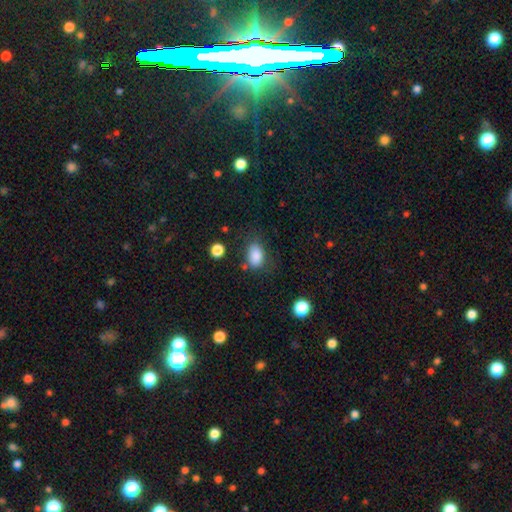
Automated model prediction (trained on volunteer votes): This appears to be a smooth galaxy with no disk features (86%) that is in between round and cigar-shaped (84%). Merging: none (69%).